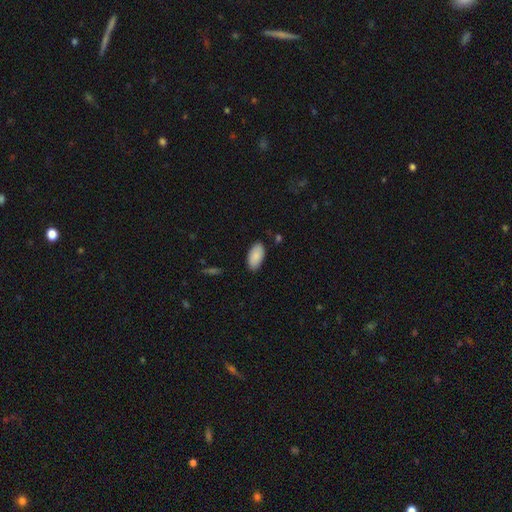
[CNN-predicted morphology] Smooth or featured: smooth — 89% (star or artifact — 6%)
How rounded: in between — 95% (cigar-shaped — 3%)
Merging: none — 86% (minor disturbance — 10%)